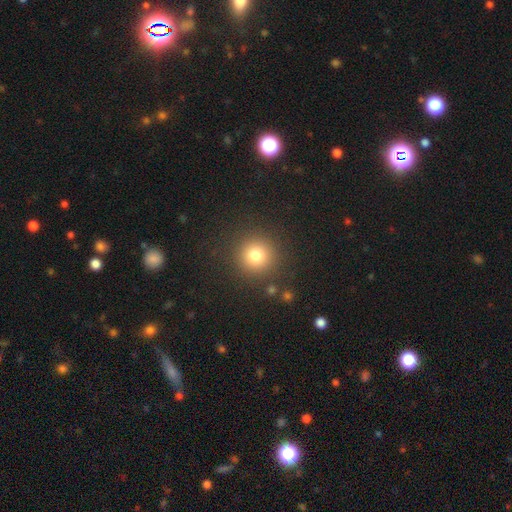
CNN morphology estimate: Q: Smooth or featured?
A: smooth (79%); runner-up: star or artifact (14%)
Q: How rounded?
A: round (94%); runner-up: in between (5%)
Q: Merging?
A: none (88%); runner-up: minor disturbance (6%)